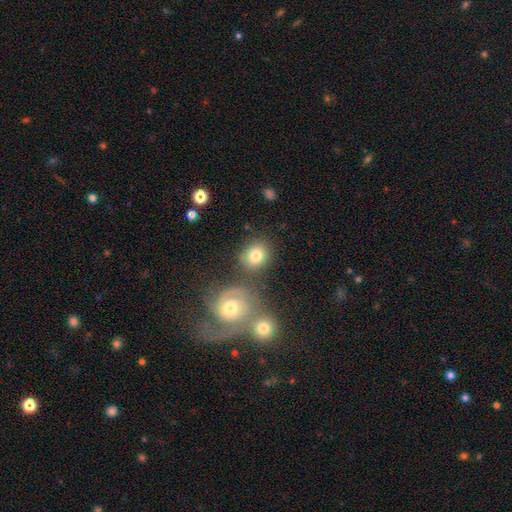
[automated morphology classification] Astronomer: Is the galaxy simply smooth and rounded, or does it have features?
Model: smooth — 75%.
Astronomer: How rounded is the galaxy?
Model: round — 70%.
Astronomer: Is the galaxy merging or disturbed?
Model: none — 69%.